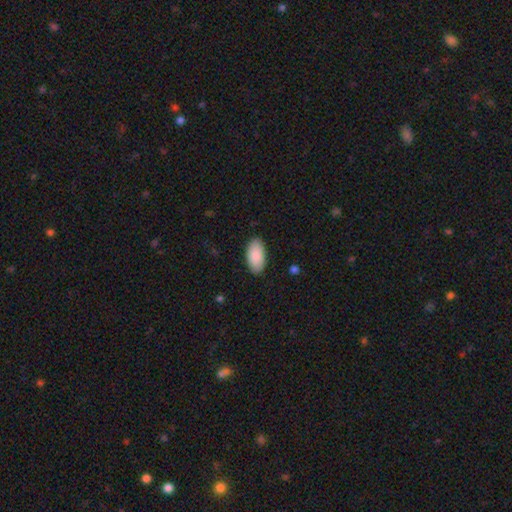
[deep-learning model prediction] smooth_or_featured: smooth (p=0.89) [alt: featured or disk p=0.06]
how_rounded: in between (p=0.96) [alt: cigar-shaped p=0.02]
merging: none (p=0.87) [alt: minor disturbance p=0.10]